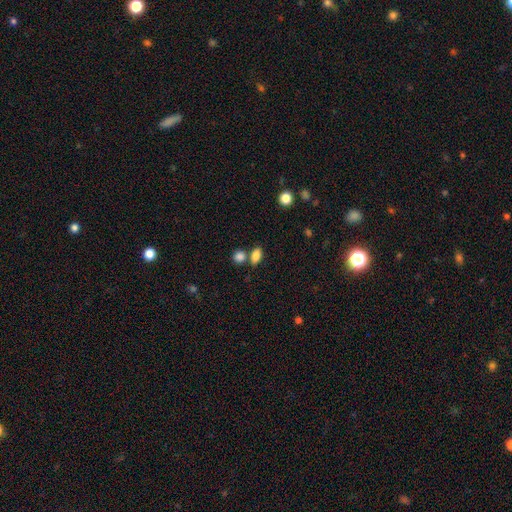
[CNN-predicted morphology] The model was most divided on "merging": none: 62%, merger: 23%, minor disturbance: 11%, major disturbance: 4%. More confident: smooth or featured — smooth (83%); how rounded — in between (83%).